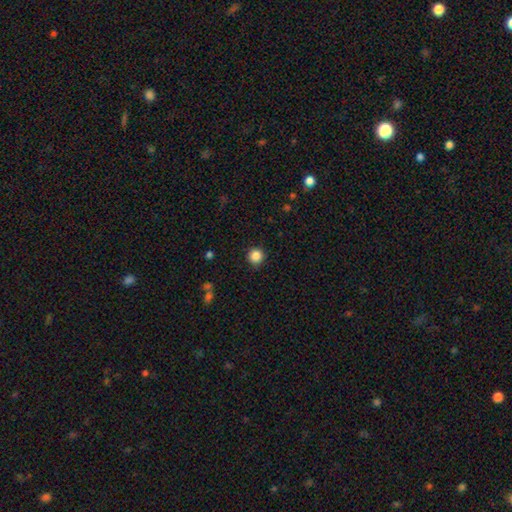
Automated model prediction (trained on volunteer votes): This appears to be a smooth galaxy with no disk features (86%) that is round (95%). Merging: none (90%).